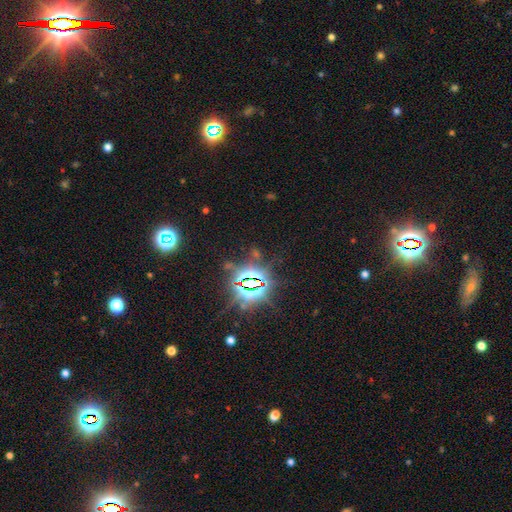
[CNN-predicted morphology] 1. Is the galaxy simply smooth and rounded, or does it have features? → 84% star or artifact, 9% smooth, 7% featured or disk.